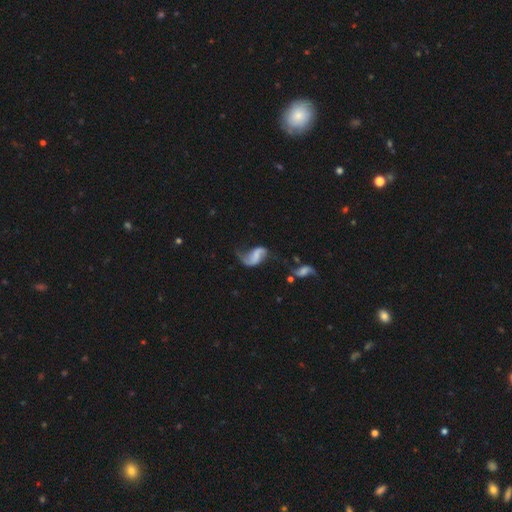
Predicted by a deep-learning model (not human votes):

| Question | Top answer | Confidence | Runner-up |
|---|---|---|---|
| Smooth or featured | featured or disk | 74% | smooth (18%) |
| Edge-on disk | no | 97% | yes (3%) |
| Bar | no | 38% | tied: weak (38%) |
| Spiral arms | yes | 90% | no (10%) |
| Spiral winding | loose | 76% | medium (18%) |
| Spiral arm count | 2 | 79% | 1 (15%) |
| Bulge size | none | 64% | small (18%) |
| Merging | none | 43% | major disturbance (25%) |